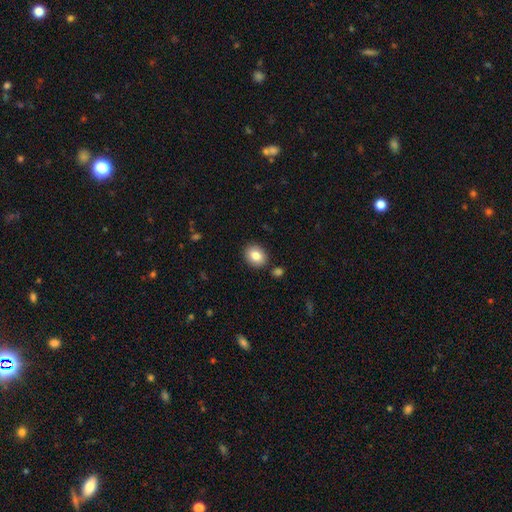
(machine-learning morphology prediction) smooth-or-featured: smooth: 84% | star or artifact: 8% | featured or disk: 8%
  how-rounded: in between: 53% | round: 46% | cigar-shaped: 1%
  merging: none: 86% | minor disturbance: 8% | merger: 4% | major disturbance: 2%